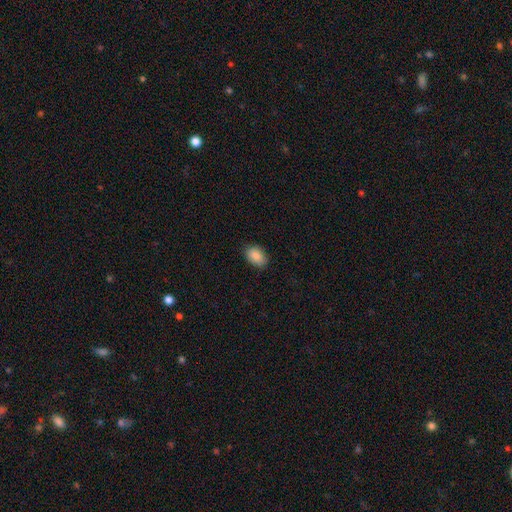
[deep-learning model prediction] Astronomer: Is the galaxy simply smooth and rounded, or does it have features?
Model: smooth — 88%.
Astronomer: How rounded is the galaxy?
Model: in between — 83%.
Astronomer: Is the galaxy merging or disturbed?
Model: none — 82%.